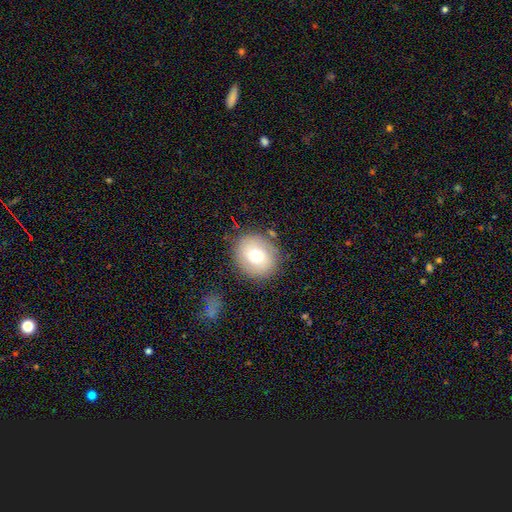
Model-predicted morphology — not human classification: Smooth or featured?
  - smooth: 70% *
  - featured or disk: 20%
  - star or artifact: 10%
How rounded?
  - round: 73% *
  - in between: 26%
  - cigar-shaped: 1%
Merging?
  - none: 82% *
  - minor disturbance: 11%
  - major disturbance: 4%
  - merger: 3%